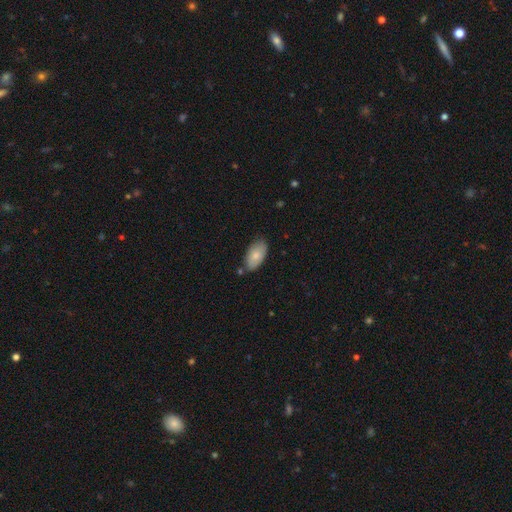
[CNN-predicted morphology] This appears to be a smooth galaxy with no disk features (79%) that is in between round and cigar-shaped (94%). Merging: none (74%).